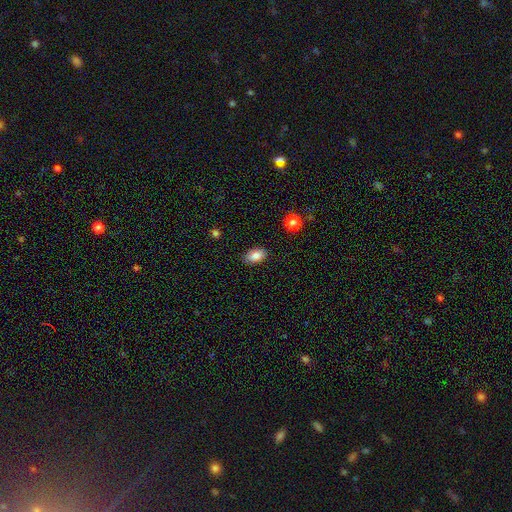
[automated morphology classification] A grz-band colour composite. It shows a smooth galaxy with no disk features (85%) that is in between round and cigar-shaped (90%). Merging: none (86%).